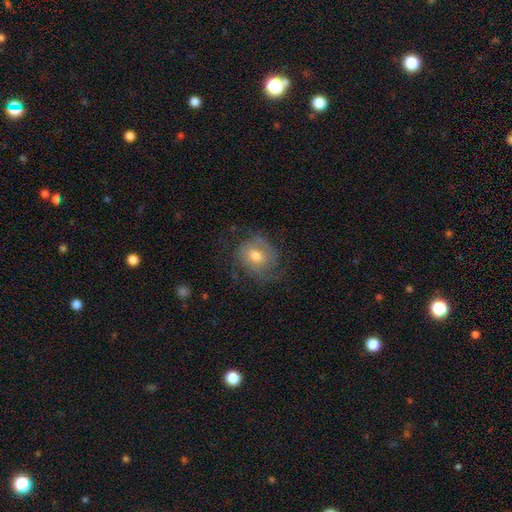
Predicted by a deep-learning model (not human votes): featured or disk 50%, smooth 41%, star or artifact 9%. Down the decision tree: edge-on disk — no (96%); merging — none (58%).